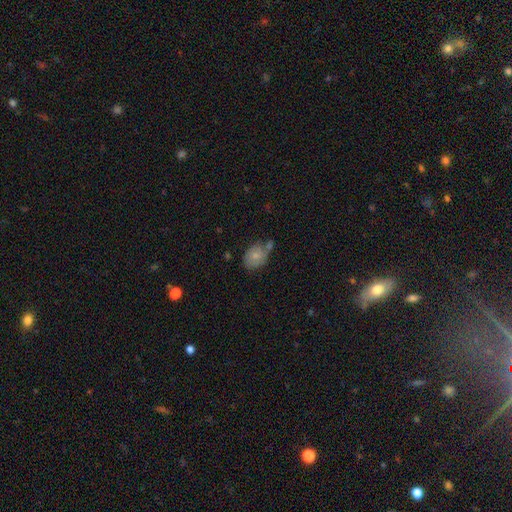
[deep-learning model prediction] Smooth or featured?
  - smooth: 72% *
  - featured or disk: 20%
  - star or artifact: 8%
How rounded?
  - in between: 69% *
  - round: 30%
  - cigar-shaped: 1%
Merging?
  - none: 49% *
  - minor disturbance: 22%
  - merger: 22%
  - major disturbance: 7%